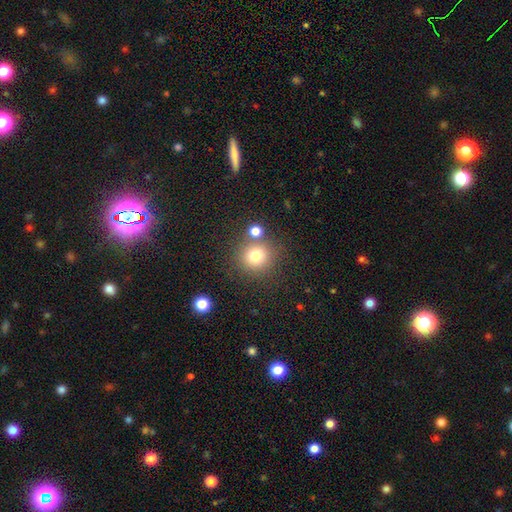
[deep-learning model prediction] Morphology: type=smooth (76%); roundness=round (92%); merging=none (76%).